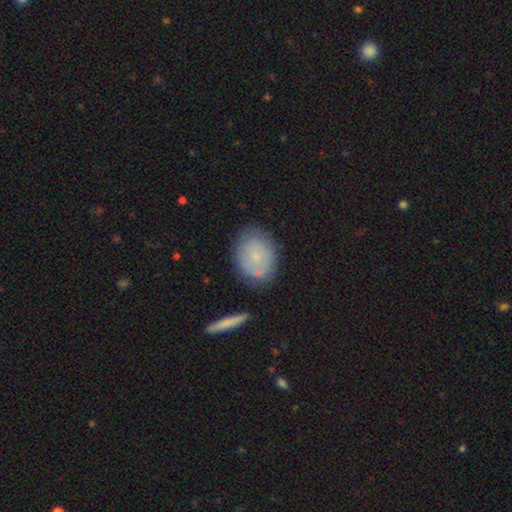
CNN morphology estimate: Smooth or featured?
  - smooth: 70% *
  - featured or disk: 23%
  - star or artifact: 7%
How rounded?
  - in between: 60% *
  - round: 39%
  - cigar-shaped: 2%
Merging?
  - none: 70% *
  - minor disturbance: 18%
  - merger: 6%
  - major disturbance: 5%